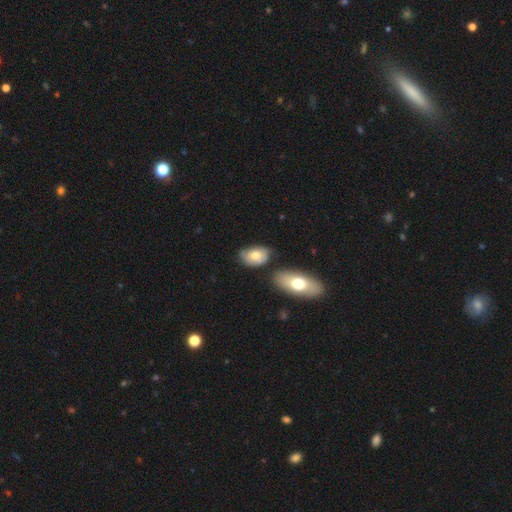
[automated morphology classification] Smooth or featured? Predicted: smooth (p=0.70). How rounded? Predicted: in between (p=0.84). Merging? Predicted: none (p=0.58).